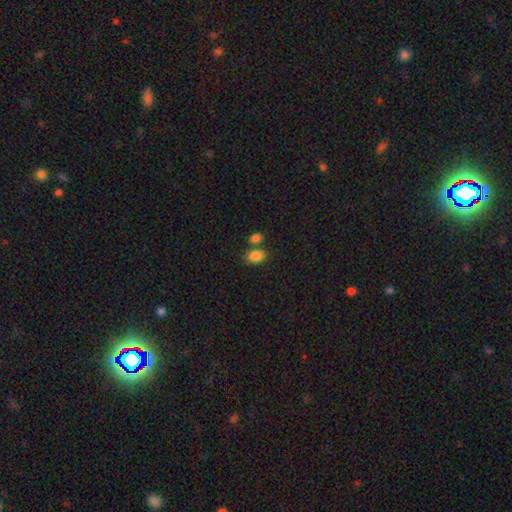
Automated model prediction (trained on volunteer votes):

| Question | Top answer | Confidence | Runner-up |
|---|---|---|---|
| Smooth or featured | smooth | 86% | star or artifact (9%) |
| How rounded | in between | 82% | round (17%) |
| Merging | none | 58% | merger (28%) |